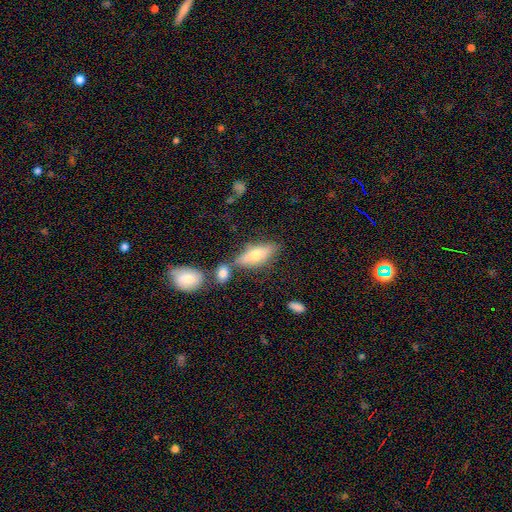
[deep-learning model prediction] Smooth or featured: smooth — 56% (featured or disk — 36%)
How rounded: in between — 67% (cigar-shaped — 30%)
Merging: none — 62% (minor disturbance — 17%)